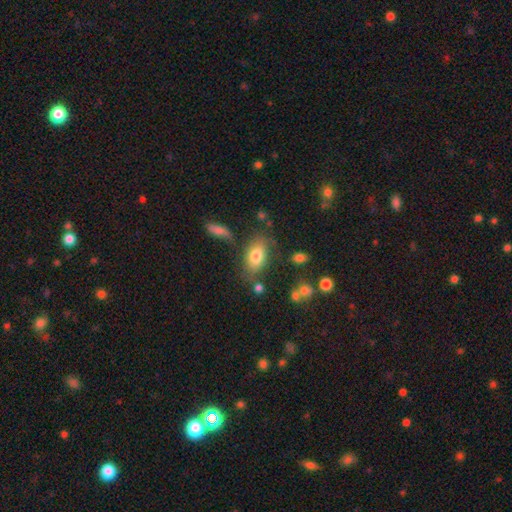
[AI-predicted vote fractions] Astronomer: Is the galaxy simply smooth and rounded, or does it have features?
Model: smooth — 76%.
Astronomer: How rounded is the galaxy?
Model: in between — 89%.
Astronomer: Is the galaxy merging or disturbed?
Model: none — 66%.